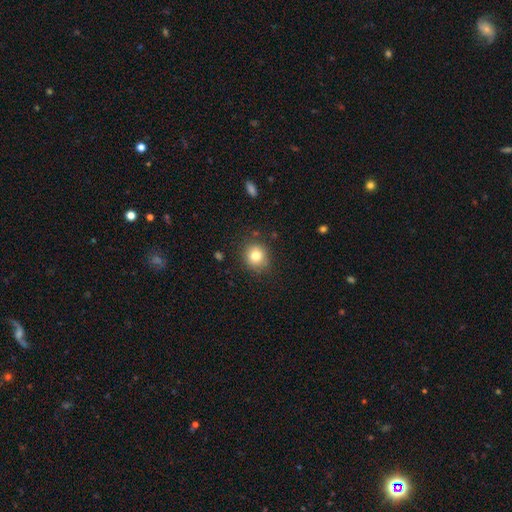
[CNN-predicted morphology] The model was most divided on "smooth or featured": smooth: 80%, star or artifact: 11%, featured or disk: 9%. More confident: how rounded — round (86%); merging — none (86%).